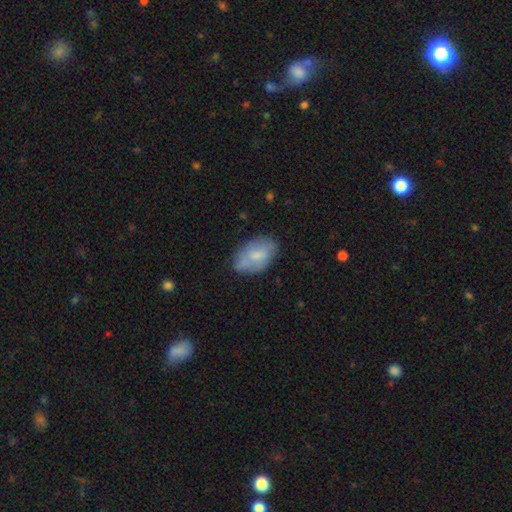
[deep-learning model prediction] Smooth or featured? smooth (64%)
How rounded? in between (92%)
Merging? none (64%)